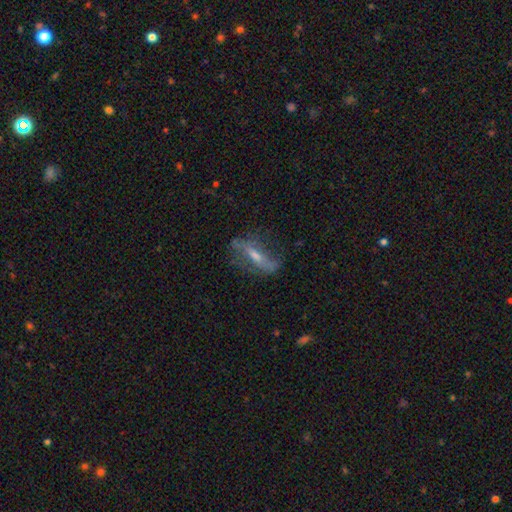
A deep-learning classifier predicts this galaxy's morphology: smooth-or-featured: featured or disk: 66% | smooth: 25% | star or artifact: 9%
  disk-edge-on: no: 62% | yes: 38%
  merging: none: 61% | minor disturbance: 23% | major disturbance: 14% | merger: 2%